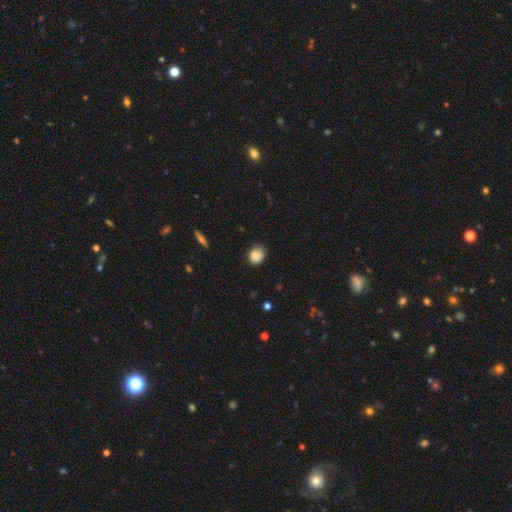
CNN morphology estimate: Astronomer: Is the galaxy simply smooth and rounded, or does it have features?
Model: smooth — 84%.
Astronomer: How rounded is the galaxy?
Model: round — 63%.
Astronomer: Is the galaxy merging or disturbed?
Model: none — 75%.